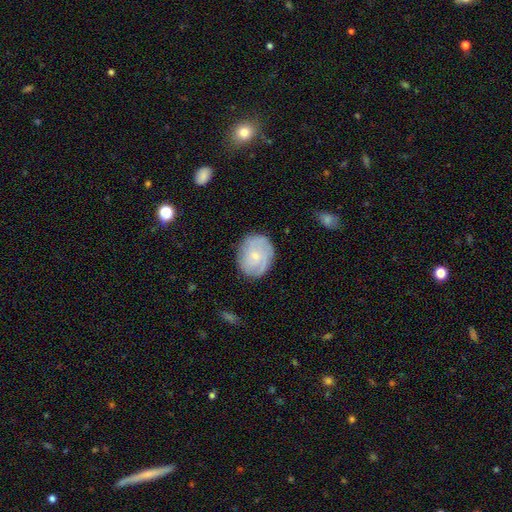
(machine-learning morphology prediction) This appears to be a featured or disk galaxy (57%) with no bar (76%), spiral arms (83%) and a small central bulge (71%). Merging: none (78%).